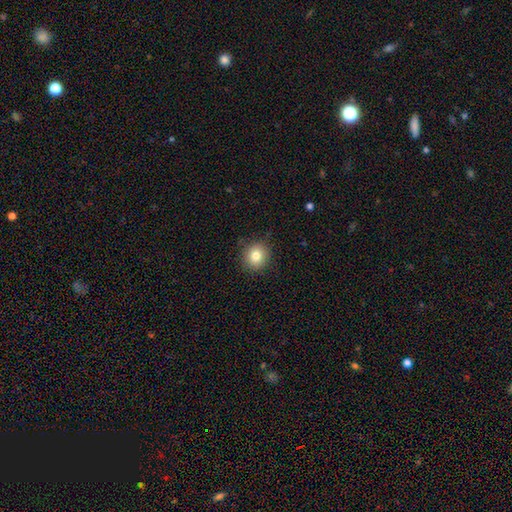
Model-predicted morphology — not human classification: Smooth or featured? smooth (82%)
How rounded? round (87%)
Merging? none (88%)